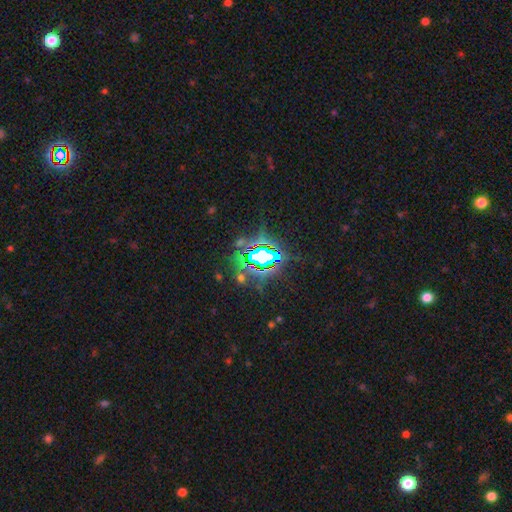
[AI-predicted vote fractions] The model was most divided on "smooth or featured": star or artifact: 83%, smooth: 10%, featured or disk: 7%.